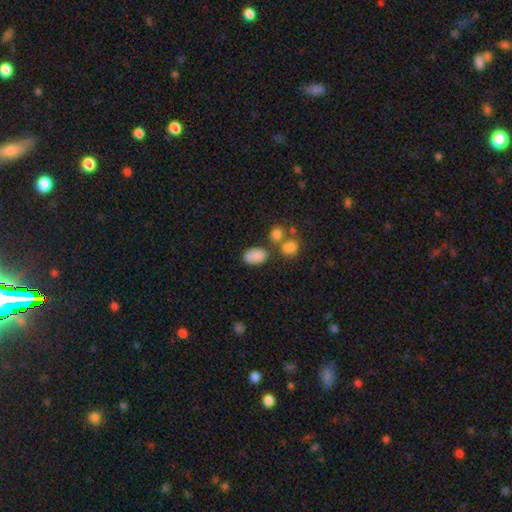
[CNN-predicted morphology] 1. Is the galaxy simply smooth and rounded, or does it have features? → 84% smooth, 9% star or artifact, 6% featured or disk.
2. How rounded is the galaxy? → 88% in between, 10% round, 1% cigar-shaped.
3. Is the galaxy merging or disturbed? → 60% none, 19% merger, 16% minor disturbance, 6% major disturbance.